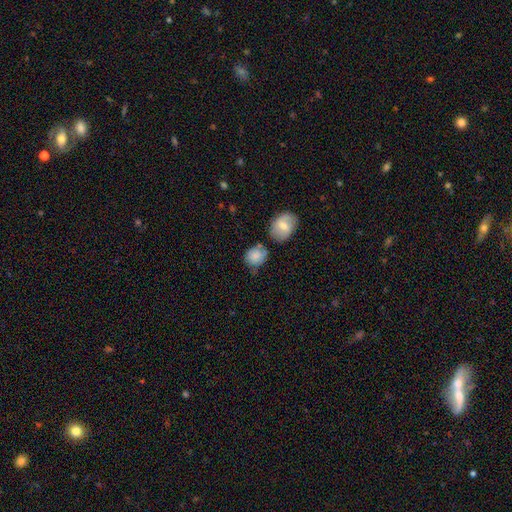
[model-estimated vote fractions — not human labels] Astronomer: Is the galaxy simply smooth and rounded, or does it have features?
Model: smooth — 81%.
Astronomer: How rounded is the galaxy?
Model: round — 66%.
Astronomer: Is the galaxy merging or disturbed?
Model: none — 58%.